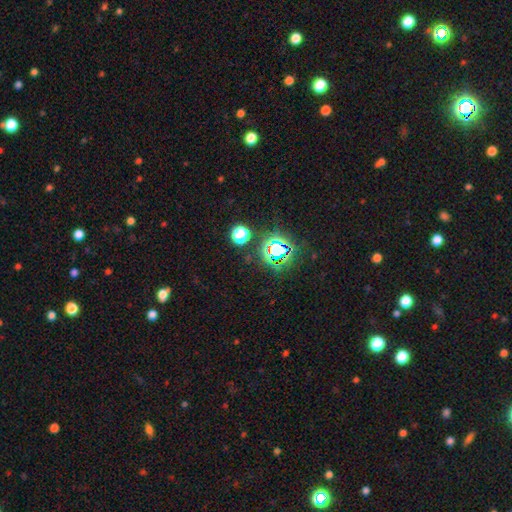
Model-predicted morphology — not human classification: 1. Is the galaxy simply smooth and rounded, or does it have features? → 77% star or artifact, 15% smooth, 7% featured or disk.